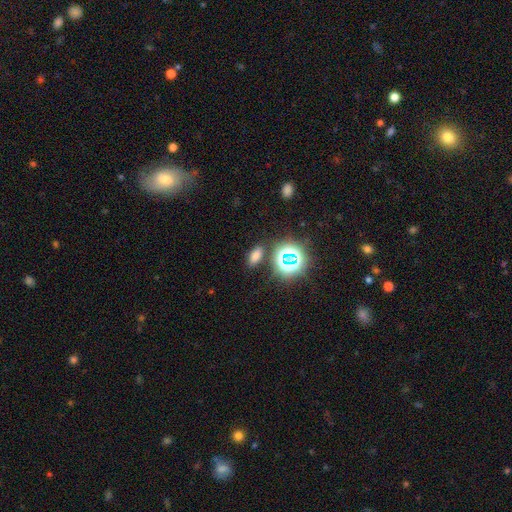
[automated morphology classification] smooth 65%, star or artifact 28%, featured or disk 7%. Down the decision tree: how rounded — in between (82%); merging — none (83%).